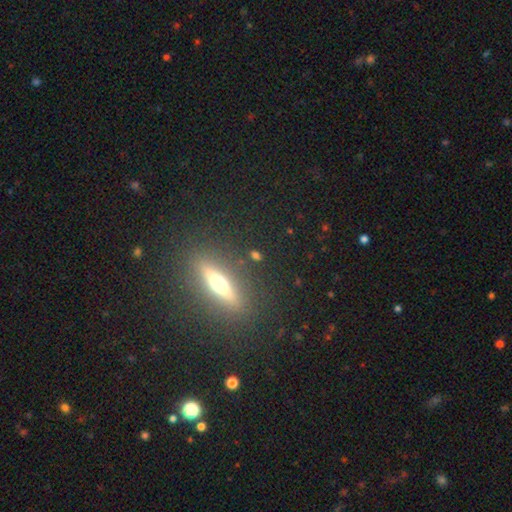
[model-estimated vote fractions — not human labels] Smooth or featured?
  - featured or disk: 52% *
  - smooth: 32%
  - star or artifact: 16%
Edge-on disk?
  - yes: 89% *
  - no: 11%
Merging?
  - none: 88% *
  - minor disturbance: 7%
  - major disturbance: 3%
  - merger: 2%